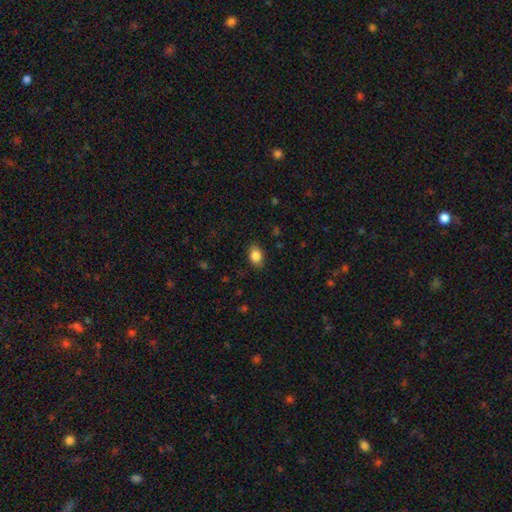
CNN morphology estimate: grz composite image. It shows a smooth galaxy with no disk features (86%) that is in between round and cigar-shaped (79%). Merging: none (85%).